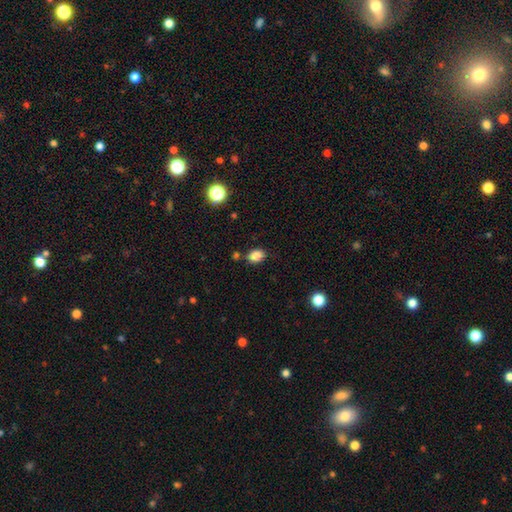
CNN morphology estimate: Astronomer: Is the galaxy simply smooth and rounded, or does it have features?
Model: smooth — 85%.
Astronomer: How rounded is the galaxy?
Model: in between — 75%.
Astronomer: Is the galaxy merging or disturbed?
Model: none — 80%.